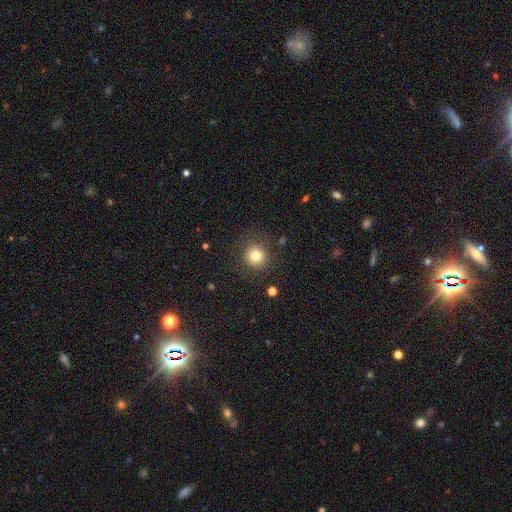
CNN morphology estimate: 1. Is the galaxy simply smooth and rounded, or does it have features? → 79% smooth, 13% star or artifact, 8% featured or disk.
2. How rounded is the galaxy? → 93% round, 6% in between, 1% cigar-shaped.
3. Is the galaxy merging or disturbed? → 88% none, 8% minor disturbance, 3% major disturbance, 1% merger.